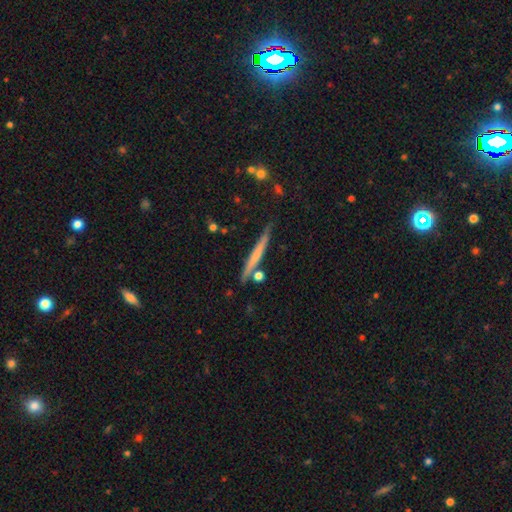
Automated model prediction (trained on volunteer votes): A smooth galaxy with no disk features (47%). Merging: none (81%).